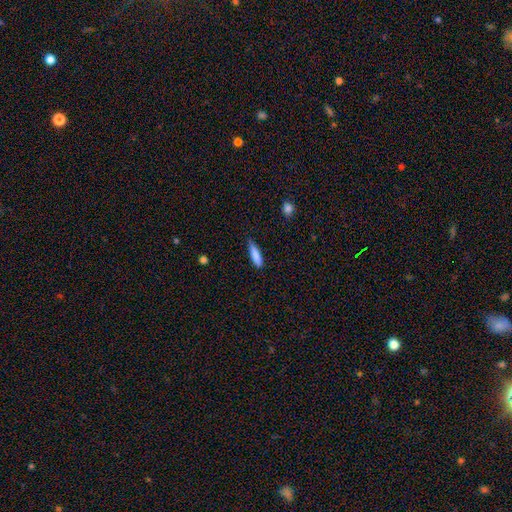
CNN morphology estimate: smooth-or-featured: smooth: 85% | featured or disk: 9% | star or artifact: 6%
  how-rounded: cigar-shaped: 72% | in between: 26% | round: 2%
  merging: none: 76% | minor disturbance: 20% | major disturbance: 3% | merger: 1%